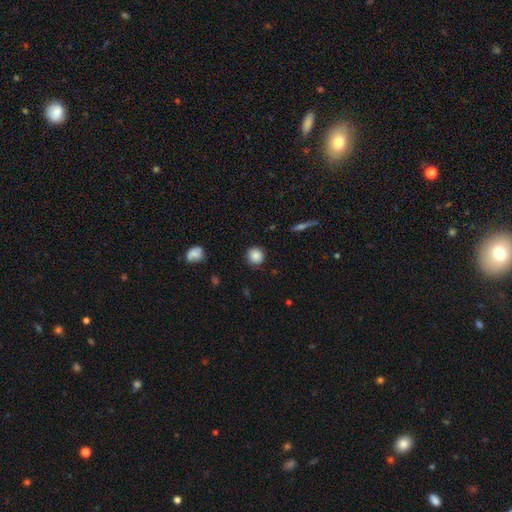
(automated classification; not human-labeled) Smooth or featured: smooth — 87% (star or artifact — 9%)
How rounded: round — 90% (in between — 9%)
Merging: none — 87% (minor disturbance — 9%)